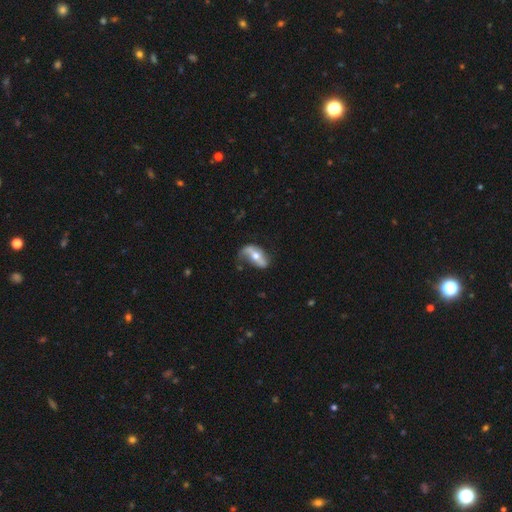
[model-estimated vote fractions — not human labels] Smooth or featured? Predicted: featured or disk (p=0.66). Edge-on disk? Predicted: no (p=0.84). Bar? Predicted: no (p=0.39). Spiral arms? Predicted: yes (p=0.70). Bulge size? Predicted: moderate (p=0.72). Merging? Predicted: none (p=0.52).